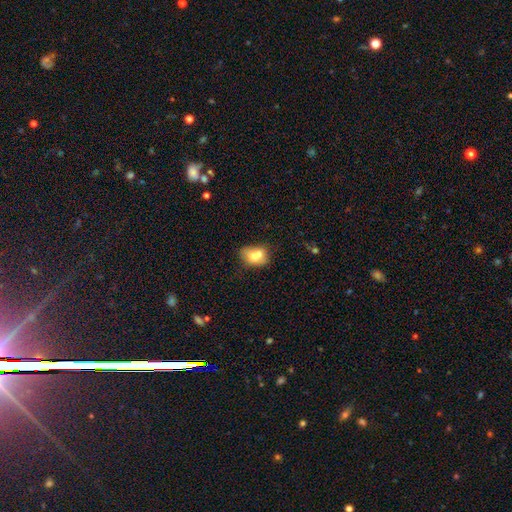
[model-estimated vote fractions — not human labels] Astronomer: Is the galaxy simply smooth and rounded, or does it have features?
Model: smooth — 69%.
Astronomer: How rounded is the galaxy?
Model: in between — 66%.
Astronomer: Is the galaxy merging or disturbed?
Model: merger — 46% (runner-up: none, 33%).